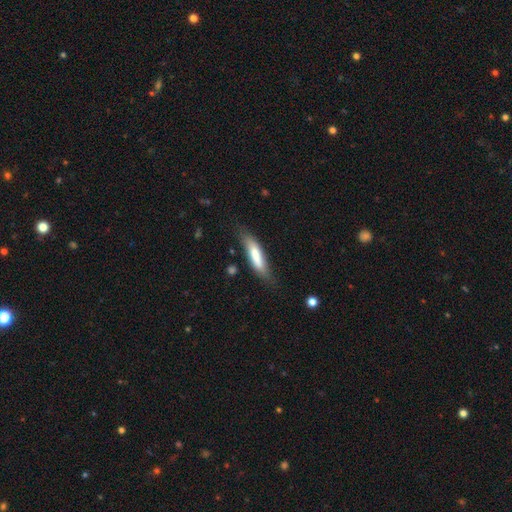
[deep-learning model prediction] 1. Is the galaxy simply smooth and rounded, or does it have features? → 73% smooth, 21% featured or disk, 6% star or artifact.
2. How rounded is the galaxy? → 73% cigar-shaped, 26% in between, 1% round.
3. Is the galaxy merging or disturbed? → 70% none, 22% minor disturbance, 6% major disturbance, 2% merger.